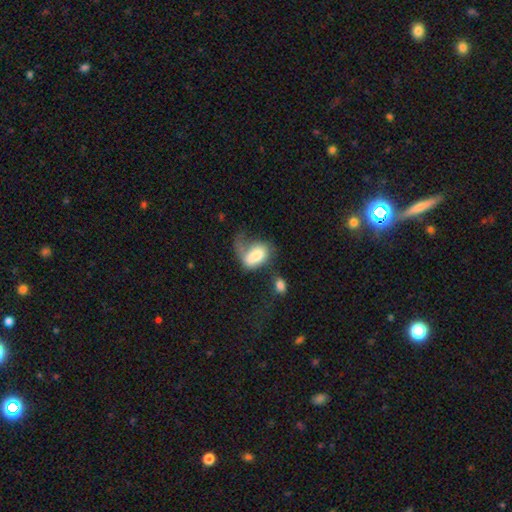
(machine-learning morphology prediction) type=smooth (69%); roundness=in between (88%); merging=major disturbance (49%).